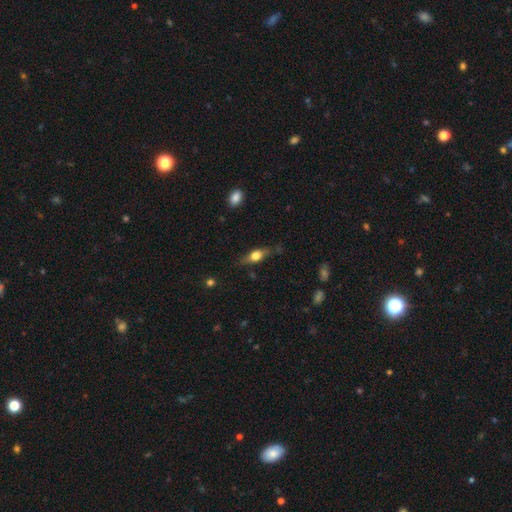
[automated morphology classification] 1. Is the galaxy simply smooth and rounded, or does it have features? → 47% featured or disk, 45% smooth, 8% star or artifact.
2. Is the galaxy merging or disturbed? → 73% none, 19% minor disturbance, 6% major disturbance, 2% merger.